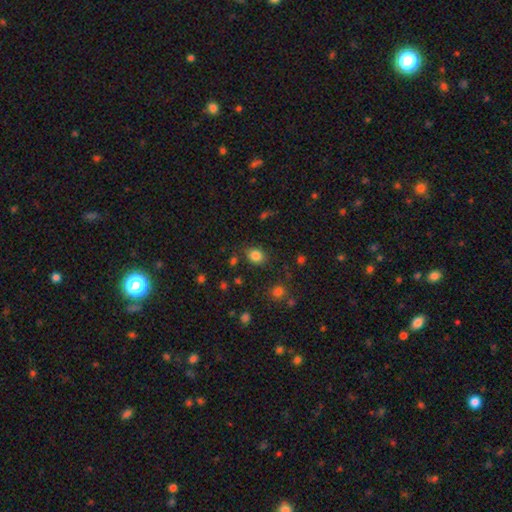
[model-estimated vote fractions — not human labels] Smooth or featured? smooth (83%)
How rounded? round (54%)
Merging? none (80%)